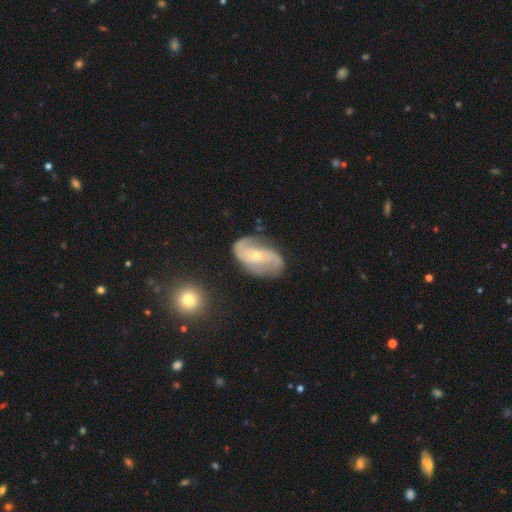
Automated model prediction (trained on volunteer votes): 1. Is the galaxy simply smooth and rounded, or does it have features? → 83% featured or disk, 11% smooth, 6% star or artifact.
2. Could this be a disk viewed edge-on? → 97% no, 3% yes.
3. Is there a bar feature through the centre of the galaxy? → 51% no, 33% weak, 15% strong.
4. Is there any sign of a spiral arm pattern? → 94% yes, 6% no.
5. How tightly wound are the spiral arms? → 45% medium, 29% loose, 26% tight.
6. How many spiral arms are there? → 78% 2, 9% can't tell, 6% 3, 3% 1, 2% 4, 2% more than 4.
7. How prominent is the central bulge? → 63% small, 33% moderate, 1% large, 1% none, 1% dominant.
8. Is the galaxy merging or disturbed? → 67% none, 21% minor disturbance, 9% major disturbance, 2% merger.